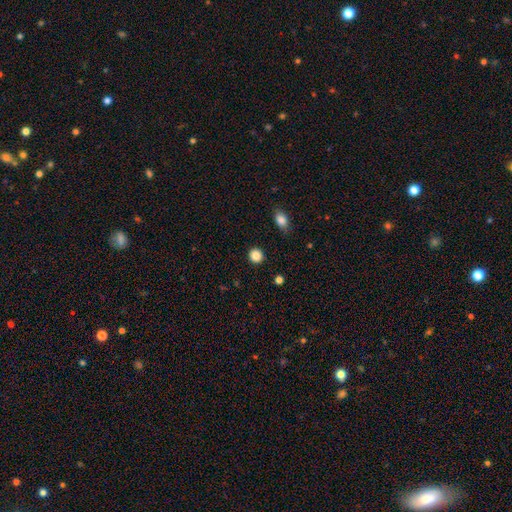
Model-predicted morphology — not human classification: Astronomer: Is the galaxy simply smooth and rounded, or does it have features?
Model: smooth — 87%.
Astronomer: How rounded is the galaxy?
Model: round — 91%.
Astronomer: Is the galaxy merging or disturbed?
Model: none — 91%.